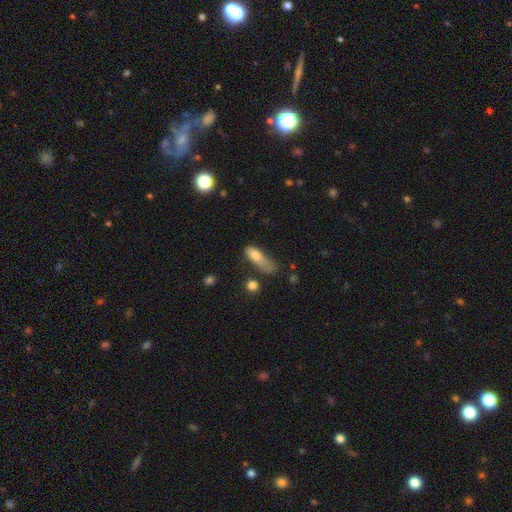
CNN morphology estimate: Smooth or featured? smooth (69%)
How rounded? in between (53%)
Merging? major disturbance (39%)